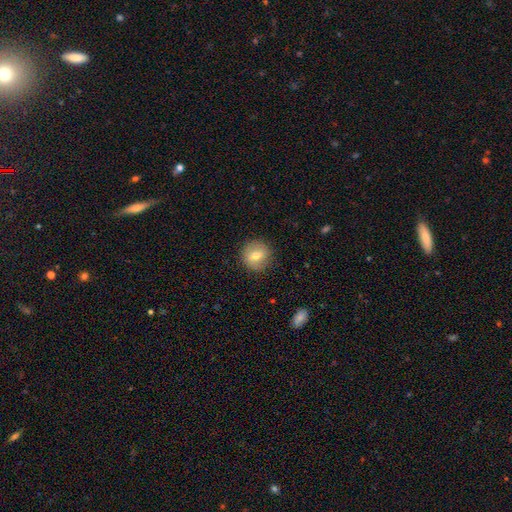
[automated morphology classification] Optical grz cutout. It shows a smooth galaxy with no disk features (69%) that is round (90%). Merging: none (87%).